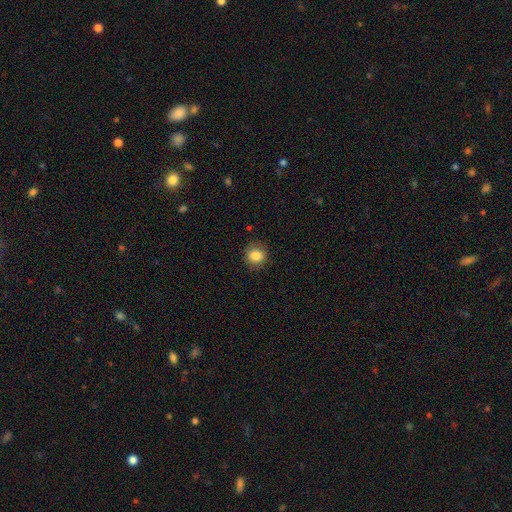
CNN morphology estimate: smooth_or_featured: smooth (p=0.85) [alt: star or artifact p=0.09]
how_rounded: round (p=0.79) [alt: in between p=0.20]
merging: none (p=0.85) [alt: minor disturbance p=0.11]